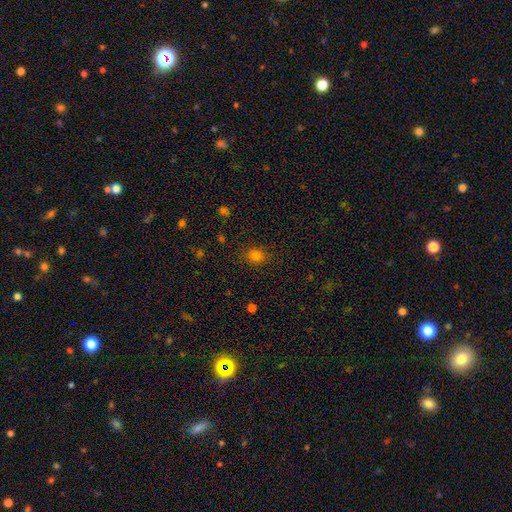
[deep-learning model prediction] This appears to be a smooth galaxy with no disk features (81%) that is round (64%). Merging: none (85%).